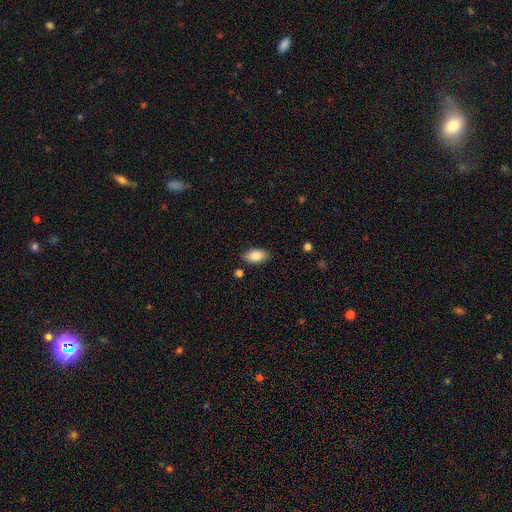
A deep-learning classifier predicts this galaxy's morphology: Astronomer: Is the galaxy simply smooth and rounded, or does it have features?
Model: smooth — 86%.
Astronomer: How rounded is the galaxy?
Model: in between — 93%.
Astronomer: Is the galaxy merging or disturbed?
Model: none — 86%.